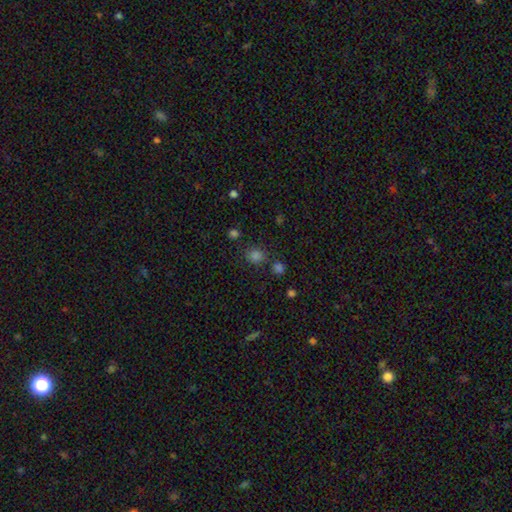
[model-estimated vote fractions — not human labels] Smooth or featured?
  - smooth: 69% *
  - star or artifact: 26%
  - featured or disk: 5%
How rounded?
  - round: 72% *
  - in between: 27%
  - cigar-shaped: 1%
Merging?
  - none: 78% *
  - minor disturbance: 10%
  - merger: 8%
  - major disturbance: 4%